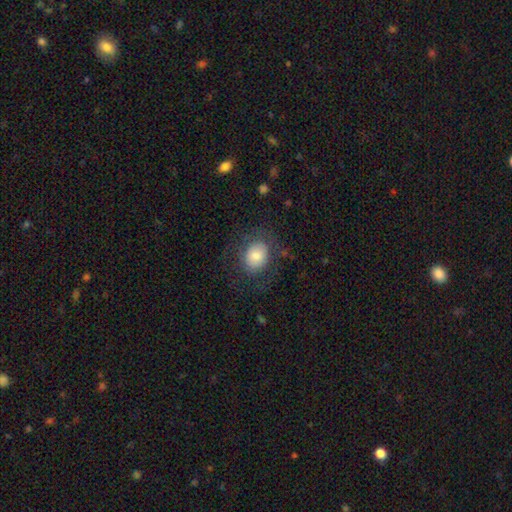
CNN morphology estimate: The model was most divided on "how rounded": round: 52%, in between: 48%, cigar-shaped: 1%. More confident: smooth or featured — smooth (75%); merging — none (72%).